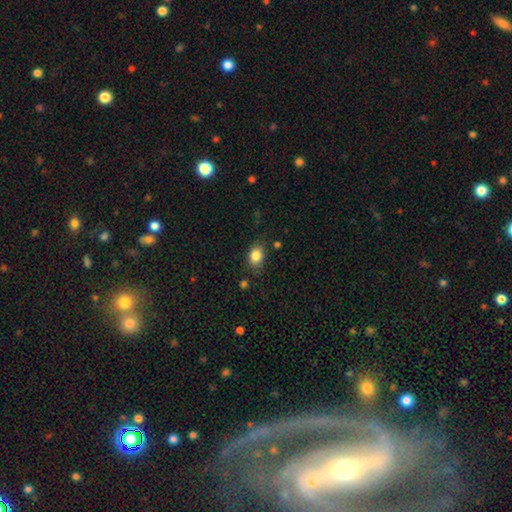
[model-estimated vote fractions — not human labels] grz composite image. It shows a smooth galaxy with no disk features (85%) that is in between round and cigar-shaped (67%). Merging: none (76%).